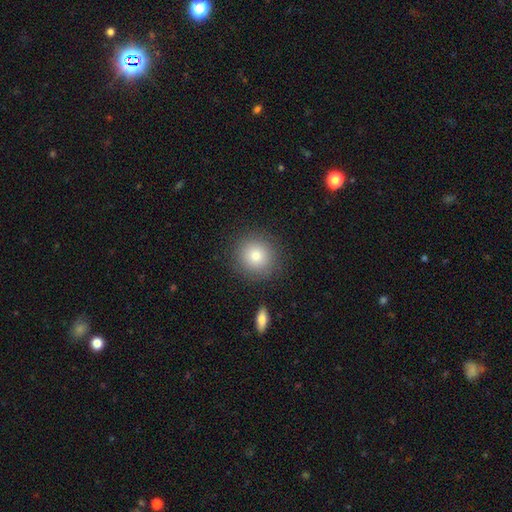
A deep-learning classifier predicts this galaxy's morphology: A smooth galaxy with no disk features (79%) that is round (91%).

Vote fractions:
- Smooth or featured? smooth: 79% / star or artifact: 11% / featured or disk: 10%
- How rounded? round: 91% / in between: 8% / cigar-shaped: 1%
- Merging? none: 88% / minor disturbance: 8% / major disturbance: 3% / merger: 2%